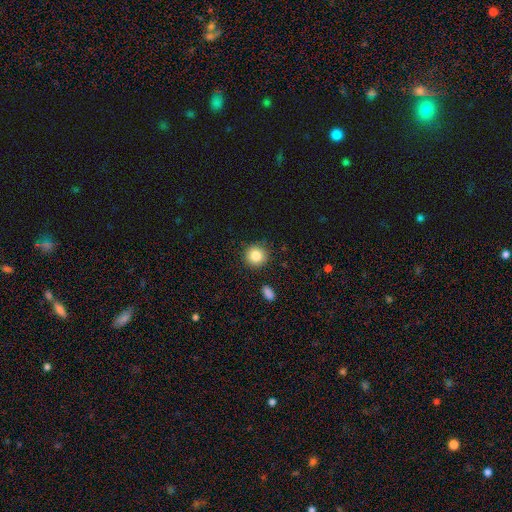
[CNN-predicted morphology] Smooth or featured? Predicted: smooth (p=0.83). How rounded? Predicted: round (p=0.93). Merging? Predicted: none (p=0.89).